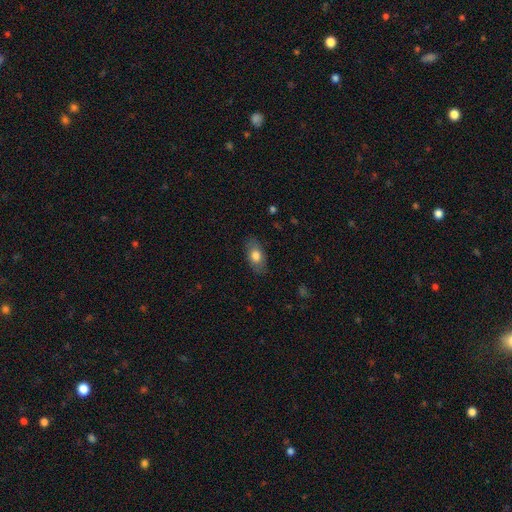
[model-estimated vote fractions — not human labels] This is likely a smooth galaxy (77%). How rounded: clearly in between (89%). Merging: clearly none (83%).